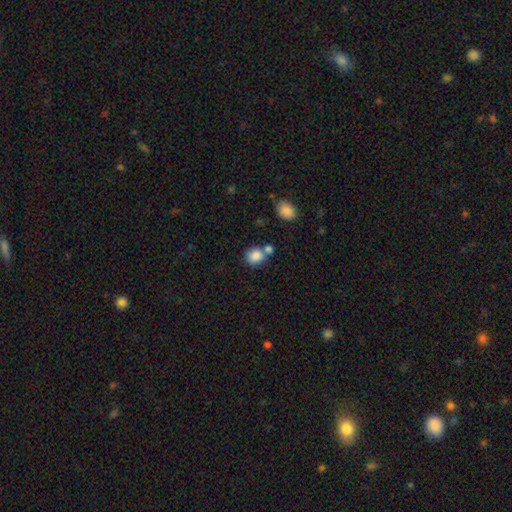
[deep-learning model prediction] Morphology: type=smooth (85%); roundness=round (72%); merging=none (58%).